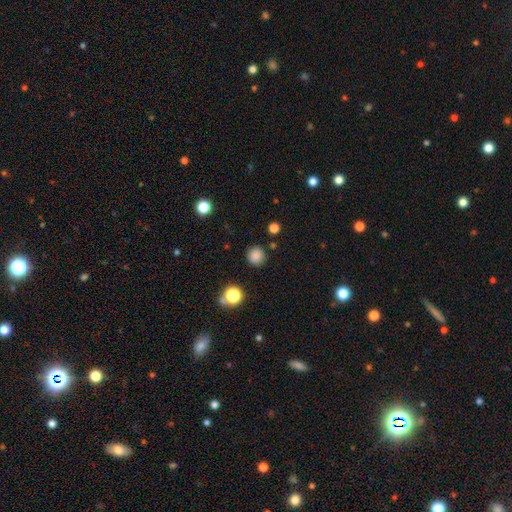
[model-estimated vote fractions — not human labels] Morphology: type=smooth (84%); roundness=round (94%); merging=none (88%).